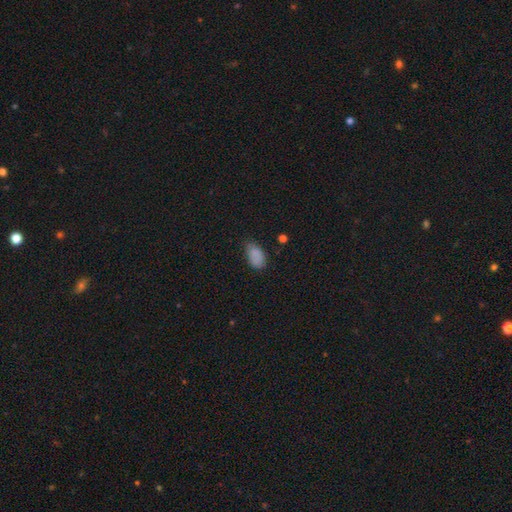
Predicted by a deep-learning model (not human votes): smooth 86%, star or artifact 9%, featured or disk 5%. Down the decision tree: how rounded — in between (92%); merging — none (66%).